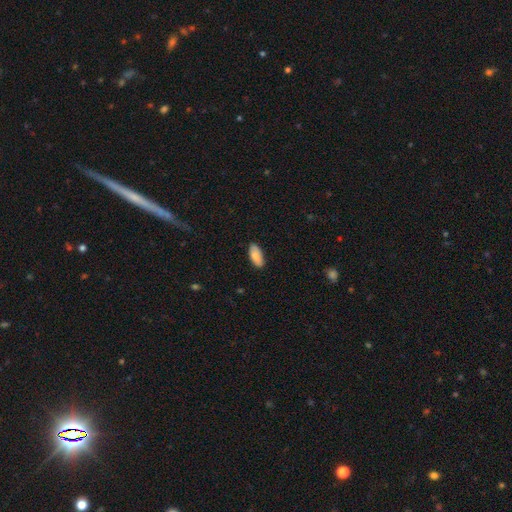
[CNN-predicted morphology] smooth-or-featured: smooth: 86% | featured or disk: 8% | star or artifact: 6%
  how-rounded: in between: 88% | cigar-shaped: 11% | round: 2%
  merging: none: 85% | minor disturbance: 12% | major disturbance: 2% | merger: 1%